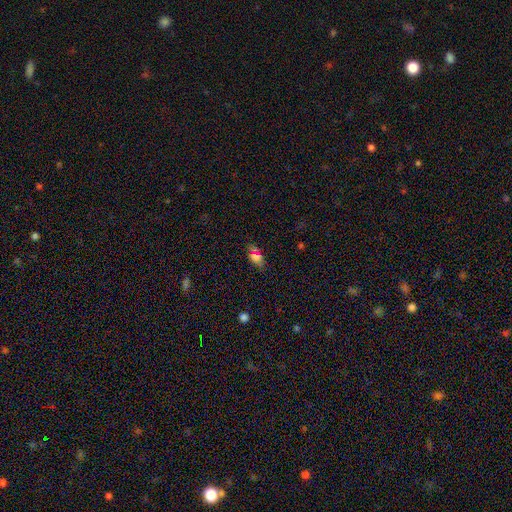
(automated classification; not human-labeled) smooth-or-featured: smooth: 65% | star or artifact: 23% | featured or disk: 12%
  how-rounded: in between: 84% | cigar-shaped: 8% | round: 8%
  merging: none: 76% | minor disturbance: 14% | major disturbance: 5% | merger: 5%